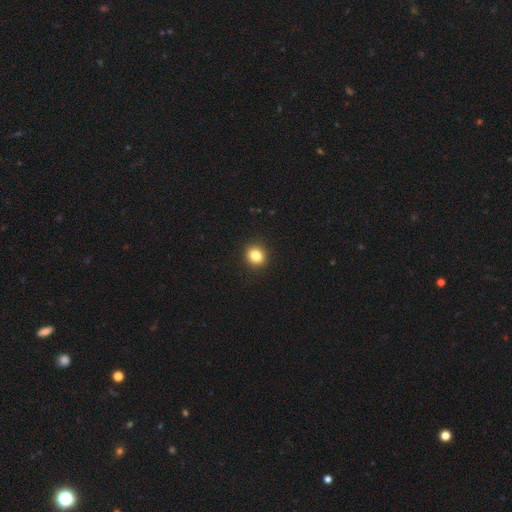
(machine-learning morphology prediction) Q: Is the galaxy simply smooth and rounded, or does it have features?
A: smooth — 84%.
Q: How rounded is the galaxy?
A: round — 74%.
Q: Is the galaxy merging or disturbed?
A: none — 92%.